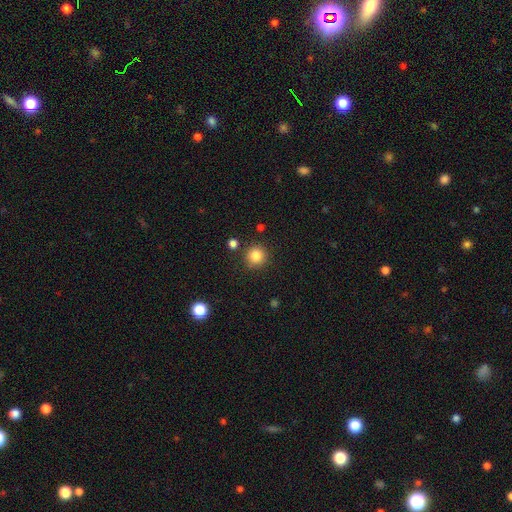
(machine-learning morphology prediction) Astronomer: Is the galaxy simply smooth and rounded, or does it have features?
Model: smooth — 84%.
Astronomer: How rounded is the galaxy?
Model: round — 93%.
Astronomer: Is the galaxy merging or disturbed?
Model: none — 87%.